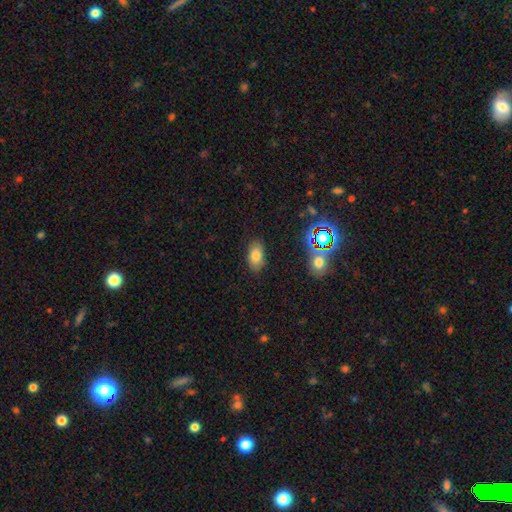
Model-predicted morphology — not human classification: smooth_or_featured: smooth (p=0.77) [alt: star or artifact p=0.12]
how_rounded: in between (p=0.90) [alt: round p=0.08]
merging: none (p=0.84) [alt: minor disturbance p=0.11]